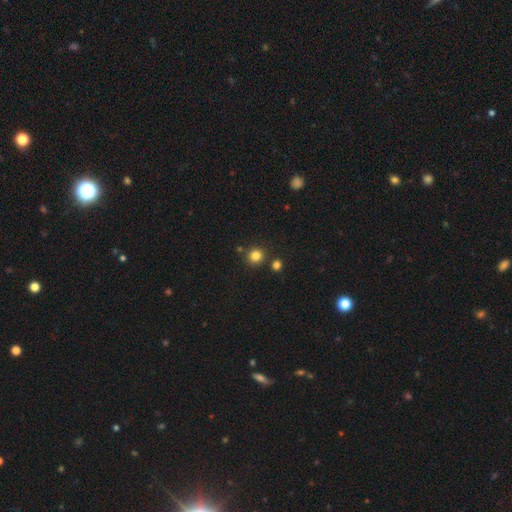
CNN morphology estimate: This appears to be a smooth galaxy with no disk features (82%) that is round (92%). Merging: none (83%).